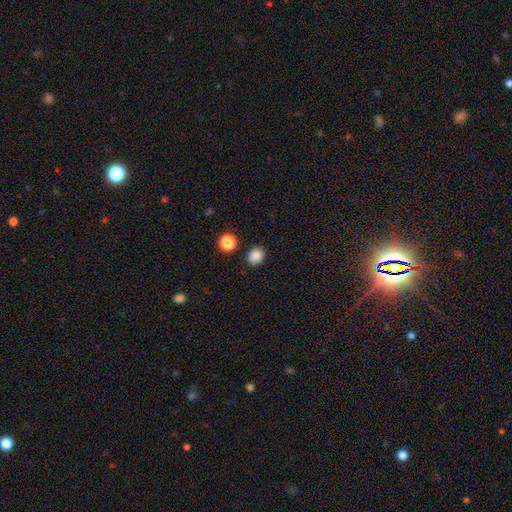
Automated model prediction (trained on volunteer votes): Q: Smooth or featured?
A: smooth (86%); runner-up: star or artifact (11%)
Q: How rounded?
A: round (52%); runner-up: in between (47%)
Q: Merging?
A: none (85%); runner-up: minor disturbance (10%)